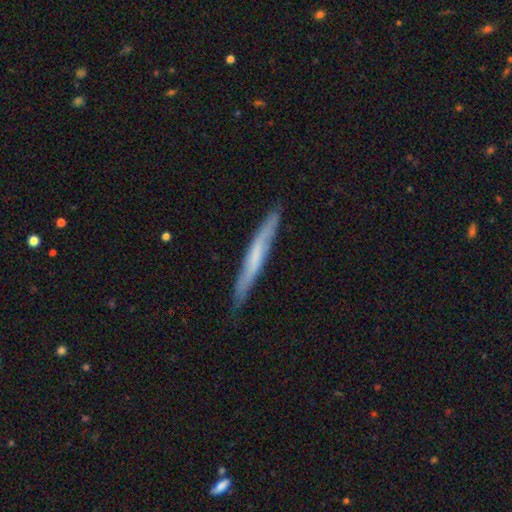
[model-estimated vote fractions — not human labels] A featured or disk galaxy (48%).

Vote fractions:
- Smooth or featured? featured or disk: 48% / smooth: 46% / star or artifact: 6%
- Merging? none: 83% / minor disturbance: 13% / major disturbance: 2% / merger: 1%